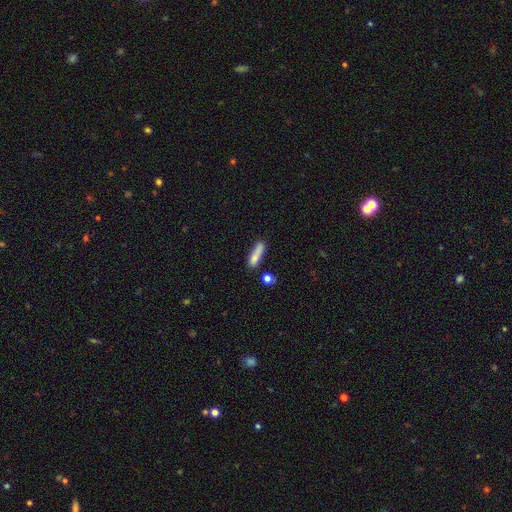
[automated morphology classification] Smooth or featured: smooth — 77% (featured or disk — 14%)
How rounded: cigar-shaped — 73% (in between — 24%)
Merging: none — 56% (minor disturbance — 21%)